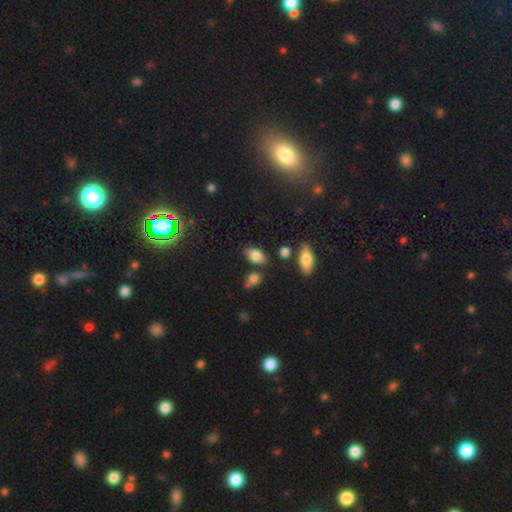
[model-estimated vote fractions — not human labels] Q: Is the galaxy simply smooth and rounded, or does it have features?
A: smooth — 82%.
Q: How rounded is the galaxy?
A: in between — 90%.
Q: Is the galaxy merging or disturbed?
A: none — 77%.